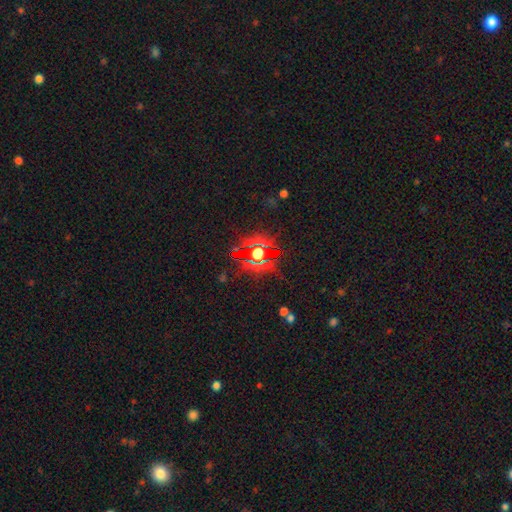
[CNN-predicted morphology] Overall: star or artifact (58%; smooth 28%).